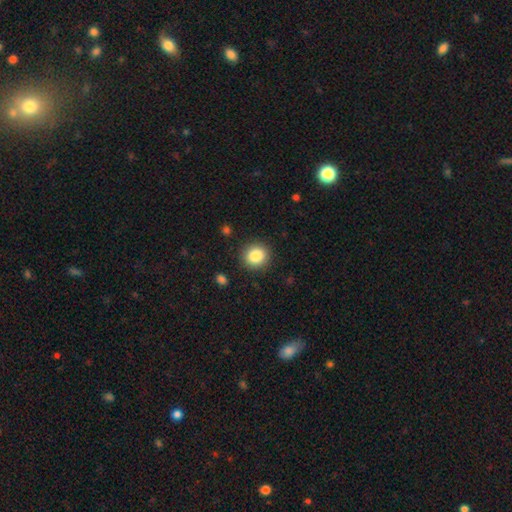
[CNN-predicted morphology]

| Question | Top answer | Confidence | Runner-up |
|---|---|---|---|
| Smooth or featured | smooth | 85% | star or artifact (9%) |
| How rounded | round | 88% | in between (11%) |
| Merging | none | 89% | minor disturbance (7%) |